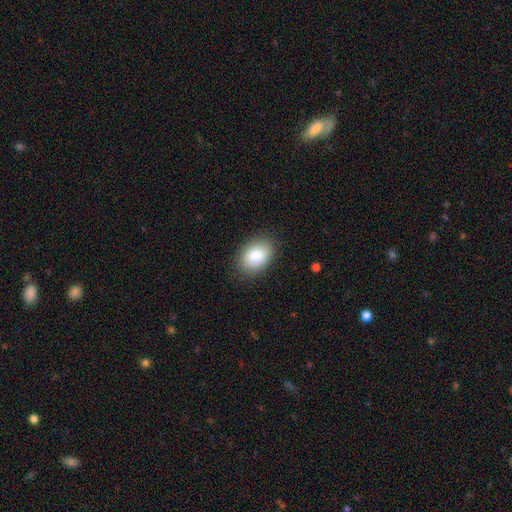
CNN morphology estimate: Q: Smooth or featured?
A: smooth (83%); runner-up: featured or disk (9%)
Q: How rounded?
A: in between (83%); runner-up: round (16%)
Q: Merging?
A: none (84%); runner-up: minor disturbance (12%)